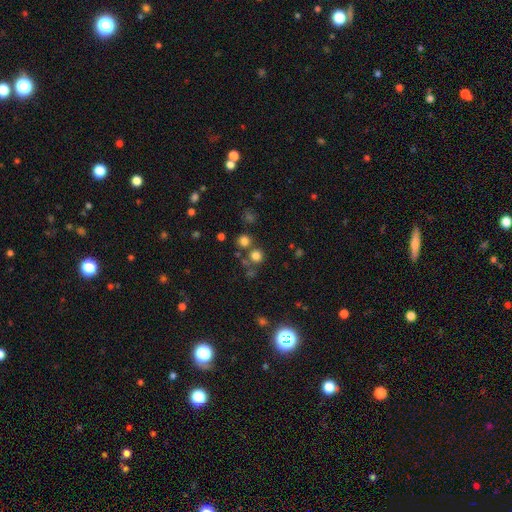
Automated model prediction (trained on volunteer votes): Smooth or featured? smooth (74%)
How rounded? round (92%)
Merging? none (70%)